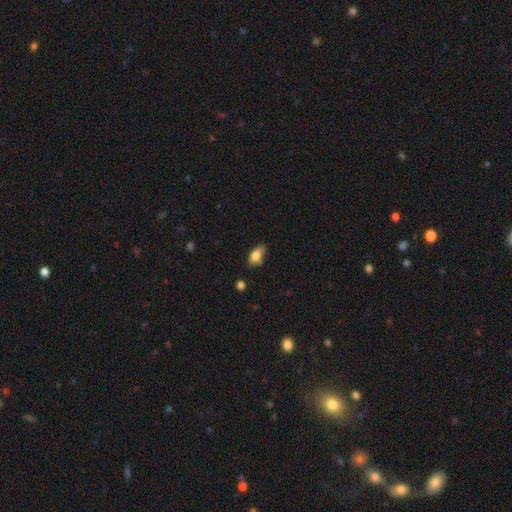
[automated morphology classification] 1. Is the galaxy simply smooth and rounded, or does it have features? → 77% smooth, 16% featured or disk, 8% star or artifact.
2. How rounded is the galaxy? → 85% in between, 10% cigar-shaped, 5% round.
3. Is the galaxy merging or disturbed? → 57% none, 31% minor disturbance, 7% major disturbance, 5% merger.